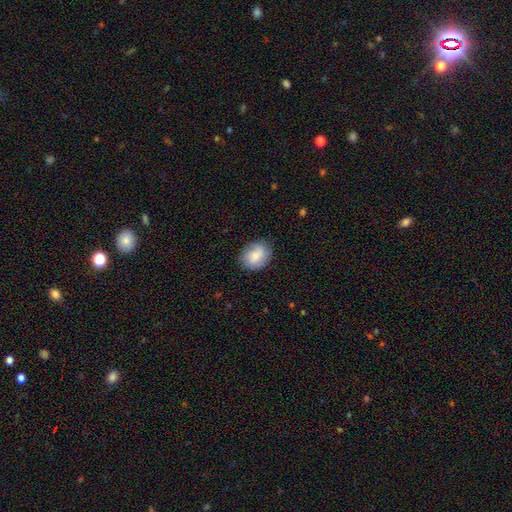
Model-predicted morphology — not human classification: Smooth or featured? Predicted: smooth (p=0.82). How rounded? Predicted: round (p=0.53). Merging? Predicted: none (p=0.84).